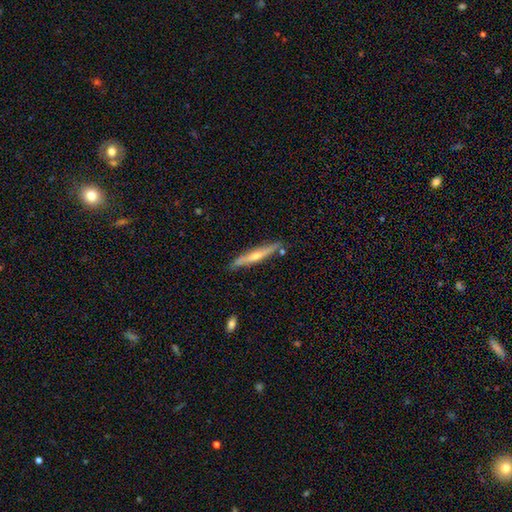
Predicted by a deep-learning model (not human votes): This is likely a featured or disk galaxy (64%). It is clearly viewed edge-on (95%). Edge-on bulge: likely rounded (75%). Merging: clearly none (83%).